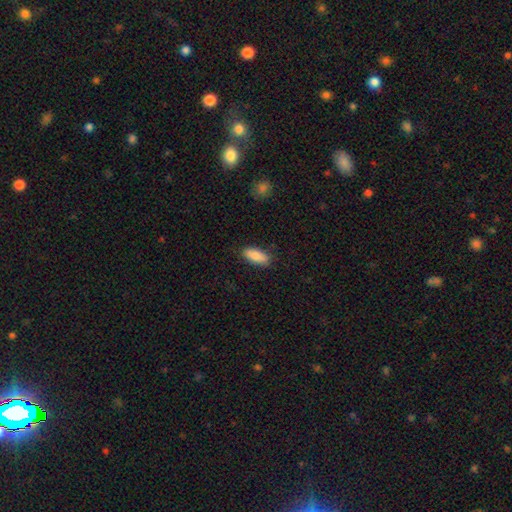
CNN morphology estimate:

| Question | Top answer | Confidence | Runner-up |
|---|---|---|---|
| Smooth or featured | smooth | 85% | featured or disk (9%) |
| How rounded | in between | 85% | cigar-shaped (13%) |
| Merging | none | 86% | minor disturbance (11%) |